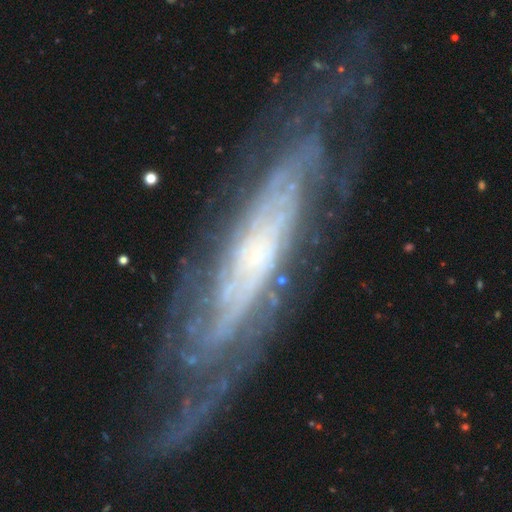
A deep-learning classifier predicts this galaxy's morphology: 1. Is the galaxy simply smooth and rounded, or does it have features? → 86% featured or disk, 8% smooth, 6% star or artifact.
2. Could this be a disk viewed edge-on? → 75% no, 25% yes.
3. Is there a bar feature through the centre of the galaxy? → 62% no, 25% weak, 13% strong.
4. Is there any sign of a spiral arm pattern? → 95% yes, 5% no.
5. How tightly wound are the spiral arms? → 66% tight, 27% medium, 7% loose.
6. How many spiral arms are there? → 42% can't tell, 25% 2, 10% 3, 9% more than 4, 9% 4, 6% 1.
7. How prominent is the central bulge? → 50% small, 25% moderate, 12% large, 11% none, 3% dominant.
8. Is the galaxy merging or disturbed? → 72% none, 17% minor disturbance, 9% major disturbance, 2% merger.